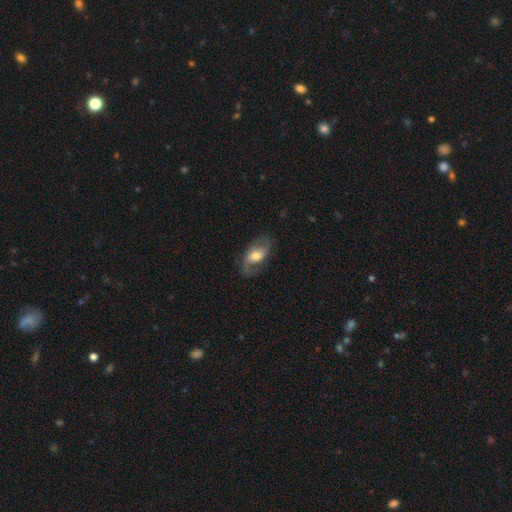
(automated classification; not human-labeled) Smooth or featured? featured or disk (69%)
Edge-on disk? no (94%)
Bar? no (46%)
Spiral arms? yes (89%)
Spiral winding? loose (60%)
Spiral arm count? 2 (85%)
Bulge size? moderate (64%)
Merging? none (69%)